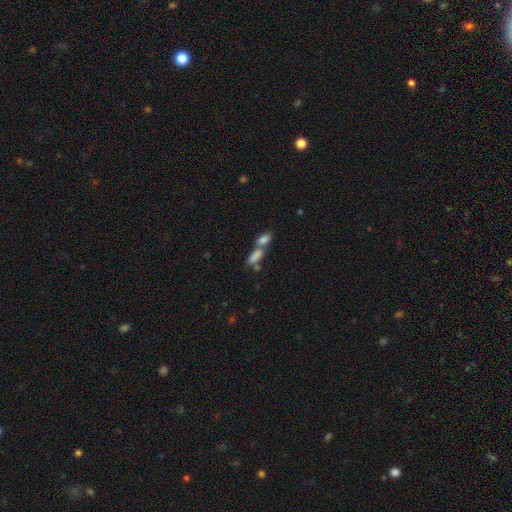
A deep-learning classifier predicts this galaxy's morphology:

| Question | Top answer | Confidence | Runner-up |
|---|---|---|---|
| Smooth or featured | smooth | 73% | featured or disk (15%) |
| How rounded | in between | 69% | cigar-shaped (25%) |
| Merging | merger | 64% | none (24%) |